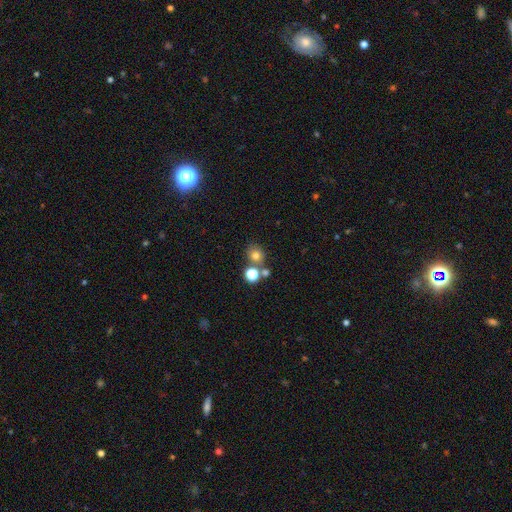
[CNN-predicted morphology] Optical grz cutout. It shows a smooth galaxy with no disk features (73%) that is round (79%). Merging: none (64%).